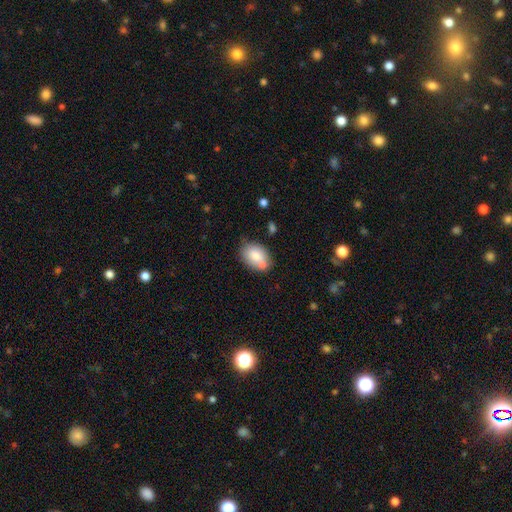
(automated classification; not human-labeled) A smooth galaxy with no disk features (79%) that is in between round and cigar-shaped (80%). Merging: none (58%).